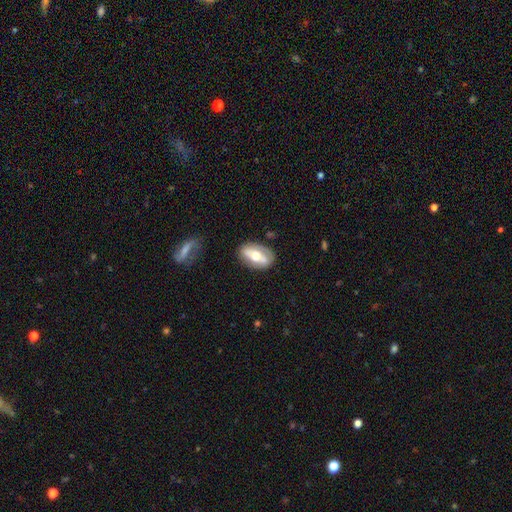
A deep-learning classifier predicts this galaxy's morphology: Smooth or featured? featured or disk (57%)
Edge-on disk? no (84%)
Merging? none (75%)